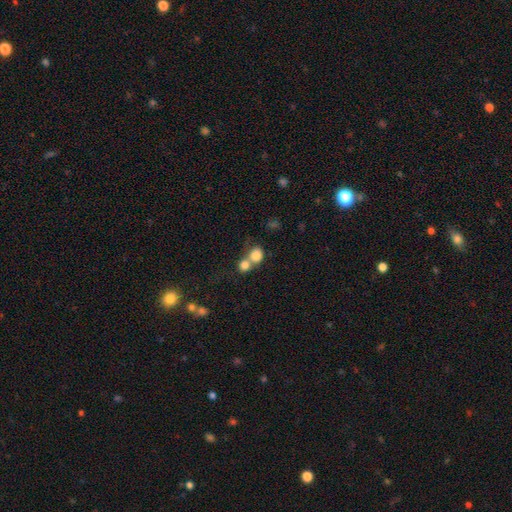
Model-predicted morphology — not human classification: smooth_or_featured: smooth (p=0.81) [alt: featured or disk p=0.09]
how_rounded: round (p=0.69) [alt: in between p=0.30]
merging: merger (p=0.60) [alt: none p=0.29]